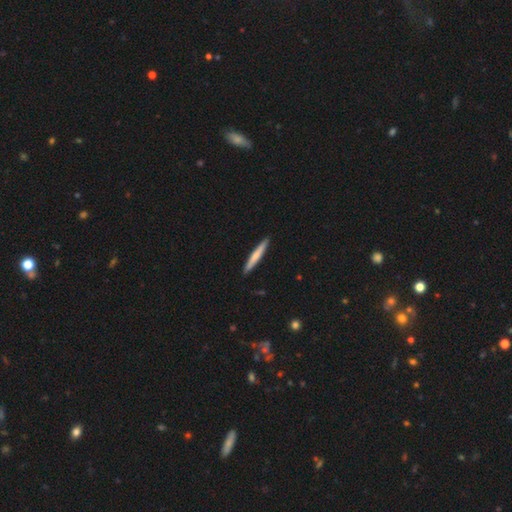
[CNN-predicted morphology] Q: Smooth or featured?
A: smooth (68%); runner-up: featured or disk (27%)
Q: How rounded?
A: cigar-shaped (95%); runner-up: in between (3%)
Q: Merging?
A: none (91%); runner-up: minor disturbance (6%)